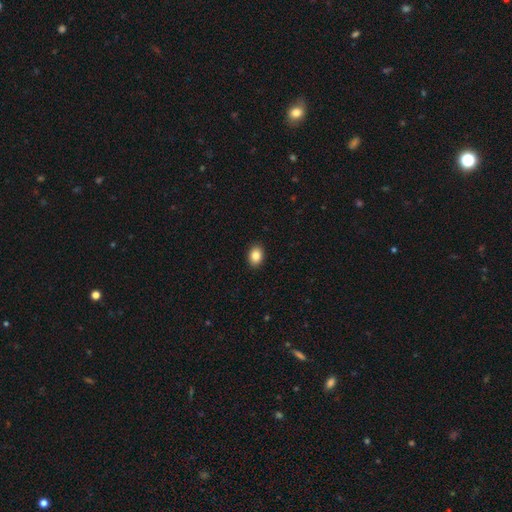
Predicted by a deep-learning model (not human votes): Overall: smooth (86%). How rounded: in between (69%; round 30%). Merging: none (91%).